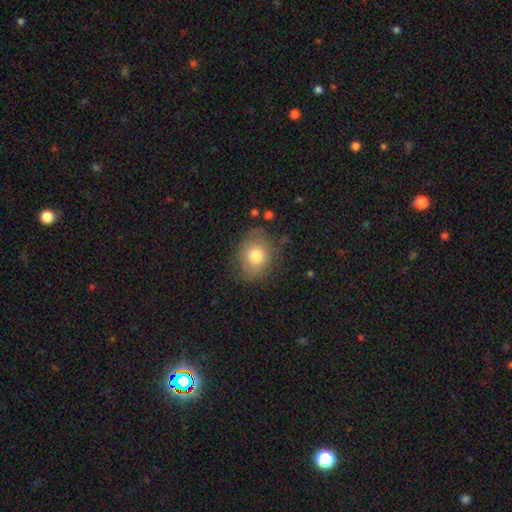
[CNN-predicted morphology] This appears to be a smooth galaxy with no disk features (78%) that is round (60%). Merging: none (73%).